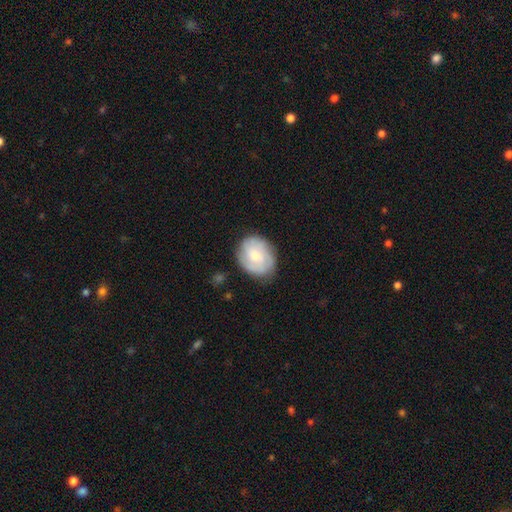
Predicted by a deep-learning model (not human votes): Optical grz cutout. It shows a featured or disk galaxy (49%). Merging: none (76%).